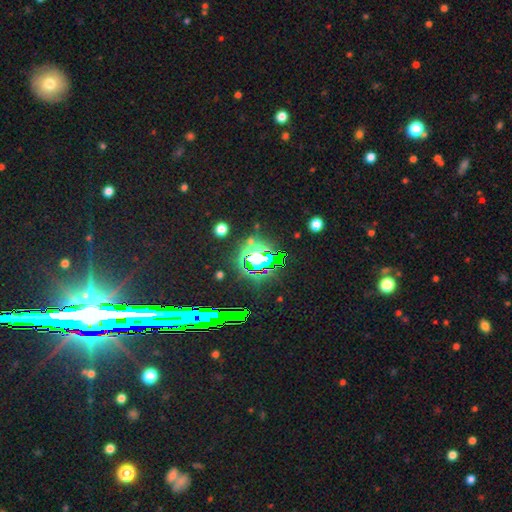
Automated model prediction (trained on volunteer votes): Smooth or featured?
  - star or artifact: 77% *
  - smooth: 14%
  - featured or disk: 9%